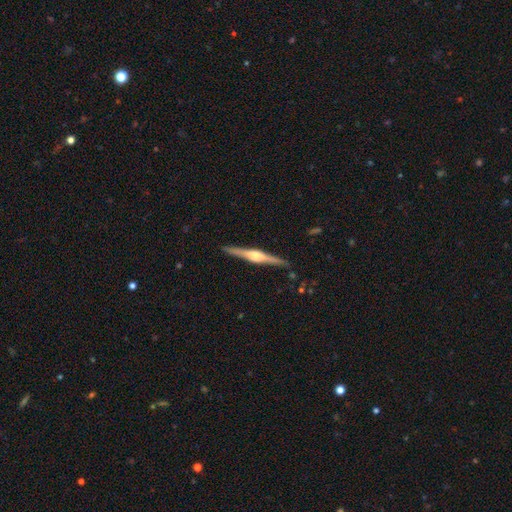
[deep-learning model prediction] smooth_or_featured: featured or disk (p=0.81) [alt: smooth p=0.13]
disk_edge_on: yes (p=0.98) [alt: no p=0.02]
edge_on_bulge: rounded (p=0.82) [alt: boxy p=0.14]
merging: none (p=0.91) [alt: minor disturbance p=0.07]